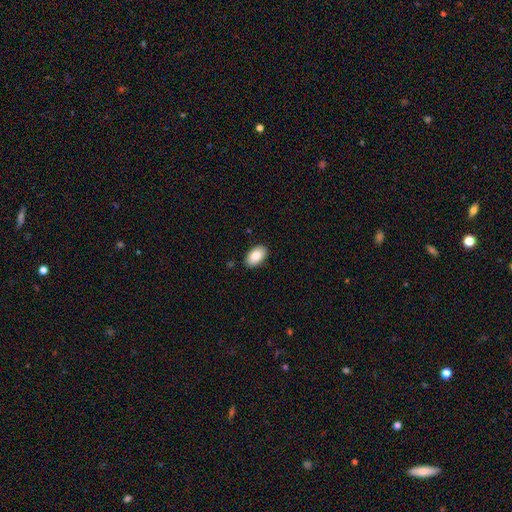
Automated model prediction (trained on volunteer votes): This appears to be a smooth galaxy with no disk features (85%) that is in between round and cigar-shaped (94%). Merging: none (88%).